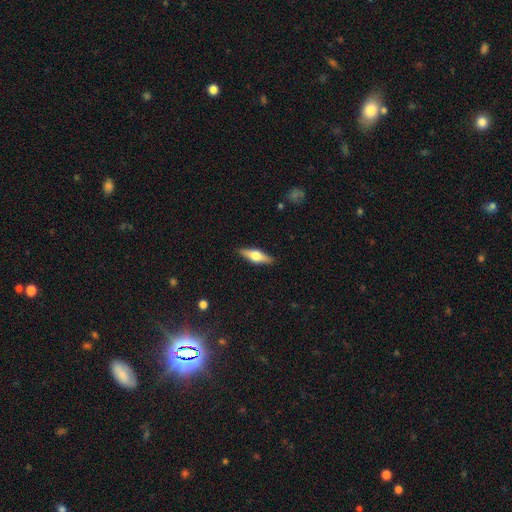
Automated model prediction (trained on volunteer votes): Smooth or featured?
  - featured or disk: 52% *
  - smooth: 42%
  - star or artifact: 6%
Edge-on disk?
  - yes: 94% *
  - no: 6%
Merging?
  - none: 89% *
  - minor disturbance: 8%
  - major disturbance: 2%
  - merger: 1%